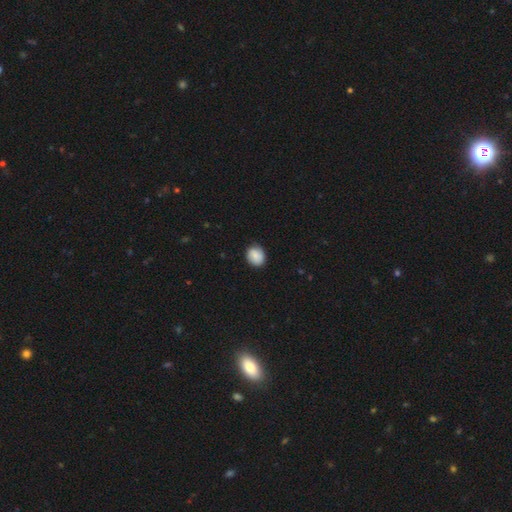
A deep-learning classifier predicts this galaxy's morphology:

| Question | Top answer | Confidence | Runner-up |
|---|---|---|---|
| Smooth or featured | smooth | 81% | featured or disk (11%) |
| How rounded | round | 64% | in between (35%) |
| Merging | none | 80% | minor disturbance (16%) |